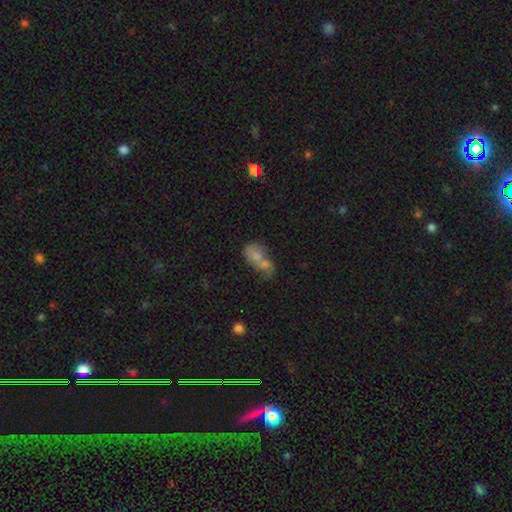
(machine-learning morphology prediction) Overall: smooth (59%; featured or disk 27%). How rounded: in between (75%). Merging: merger (66%).